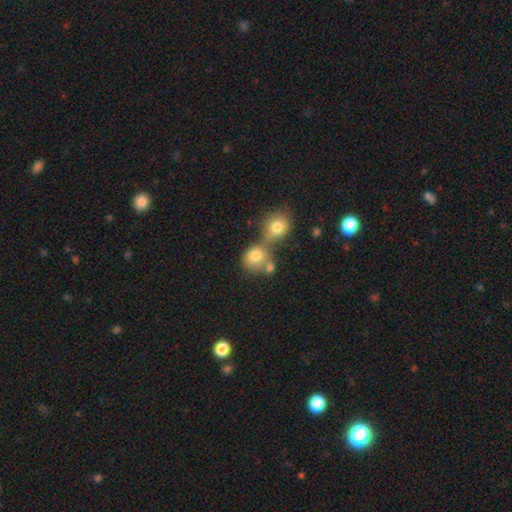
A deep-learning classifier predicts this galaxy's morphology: Smooth or featured: smooth — 78% (featured or disk — 11%)
How rounded: round — 76% (in between — 23%)
Merging: merger — 55% (none — 32%)